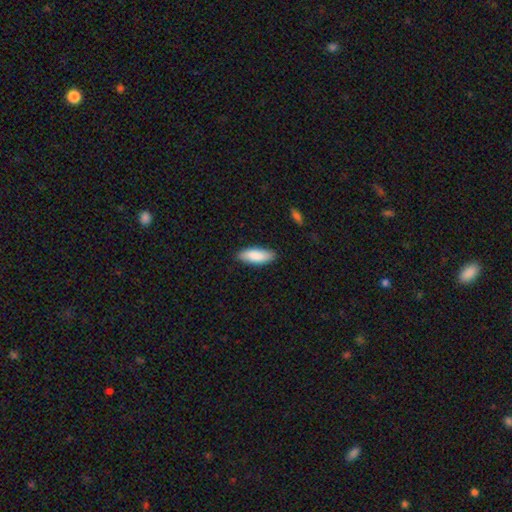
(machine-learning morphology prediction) Smooth or featured? Predicted: smooth (p=0.87). How rounded? Predicted: in between (p=0.71). Merging? Predicted: none (p=0.85).